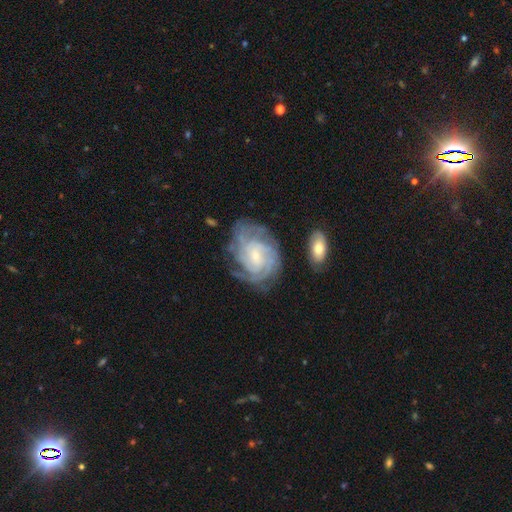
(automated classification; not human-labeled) featured or disk 86%, smooth 8%, star or artifact 6%. Down the decision tree: edge-on disk — no (97%); bar — no (59%); spiral arms — yes (96%); spiral arm count — can't tell (32%); spiral winding — tight (72%); bulge size — small (72%); merging — none (68%).